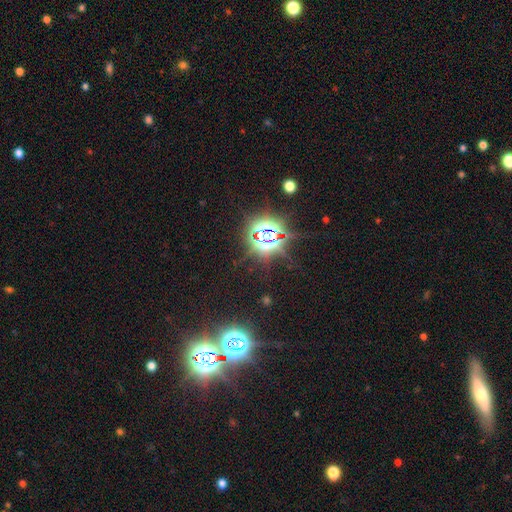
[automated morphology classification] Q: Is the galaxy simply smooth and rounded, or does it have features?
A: star or artifact — 80%.